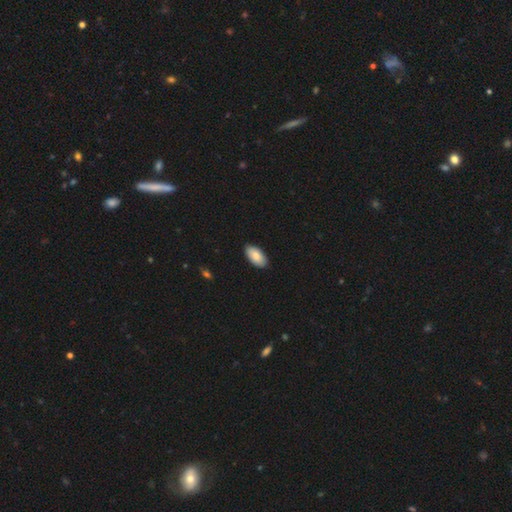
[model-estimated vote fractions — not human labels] This appears to be a smooth galaxy with no disk features (85%) that is in between round and cigar-shaped (96%). Merging: none (90%).